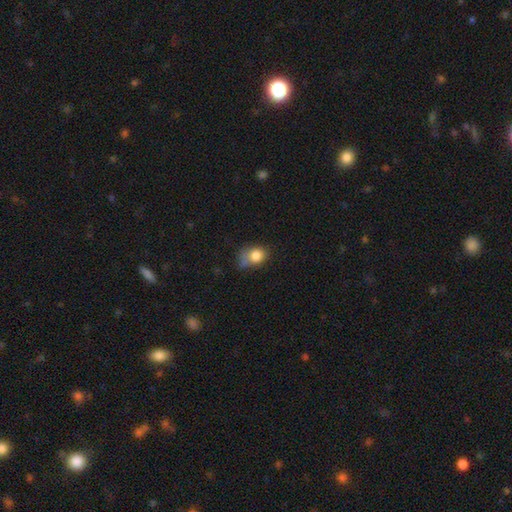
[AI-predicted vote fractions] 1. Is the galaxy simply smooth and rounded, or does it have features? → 80% smooth, 11% featured or disk, 10% star or artifact.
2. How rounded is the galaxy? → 53% in between, 46% round, 1% cigar-shaped.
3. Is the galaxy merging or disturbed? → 35% none (tied), 35% minor disturbance (tied), 19% major disturbance, 11% merger.